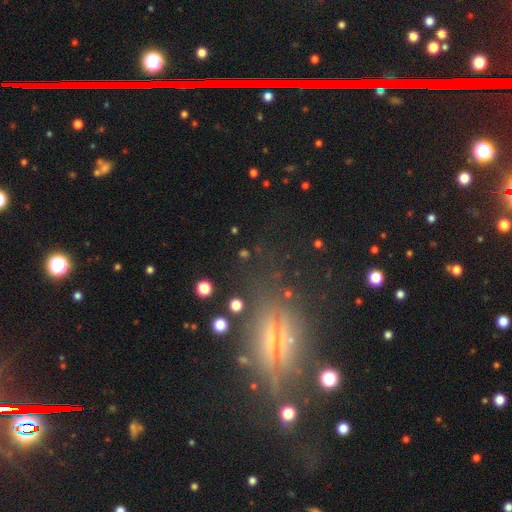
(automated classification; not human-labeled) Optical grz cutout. It shows a featured or disk galaxy (43%). Merging: none (66%).